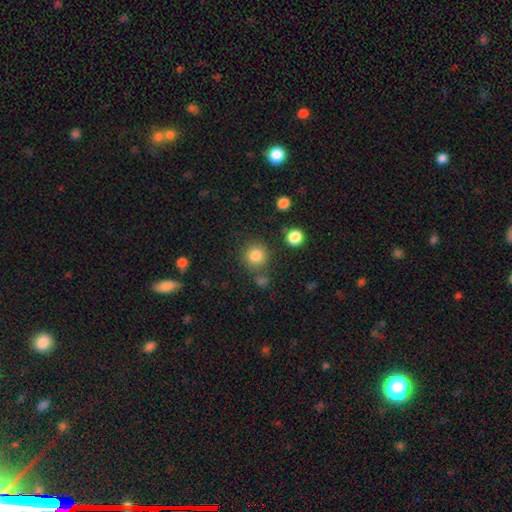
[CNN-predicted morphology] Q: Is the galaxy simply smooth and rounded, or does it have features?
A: smooth — 83%.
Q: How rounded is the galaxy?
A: round — 92%.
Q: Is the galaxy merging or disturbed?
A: none — 80%.